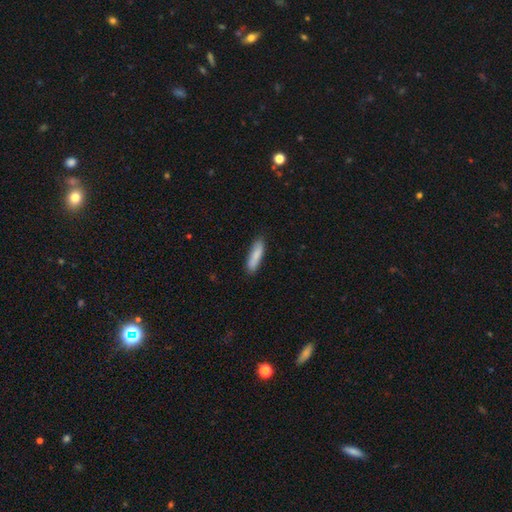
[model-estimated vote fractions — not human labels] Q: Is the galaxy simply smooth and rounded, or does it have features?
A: smooth — 85%.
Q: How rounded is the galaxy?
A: cigar-shaped — 69%.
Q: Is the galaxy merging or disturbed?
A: none — 85%.